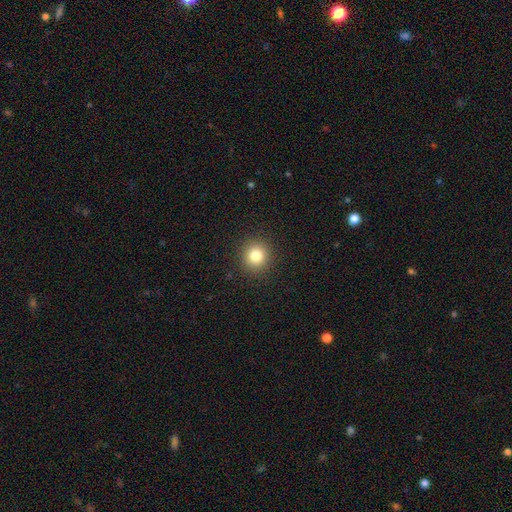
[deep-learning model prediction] Smooth or featured? Predicted: smooth (p=0.81). How rounded? Predicted: round (p=0.90). Merging? Predicted: none (p=0.91).